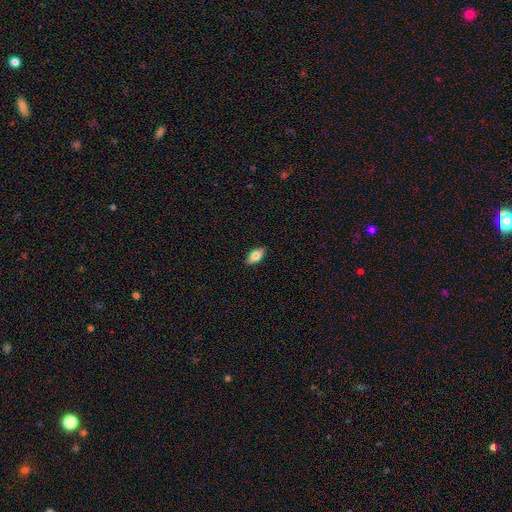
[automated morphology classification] The model was most divided on "smooth or featured": smooth: 74%, featured or disk: 19%, star or artifact: 7%. More confident: merging — none (88%); how rounded — in between (86%).